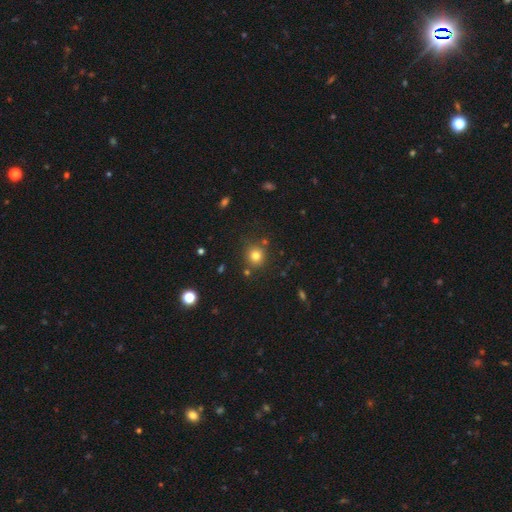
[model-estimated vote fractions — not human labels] Overall: smooth (78%). How rounded: round (90%). Merging: none (81%).